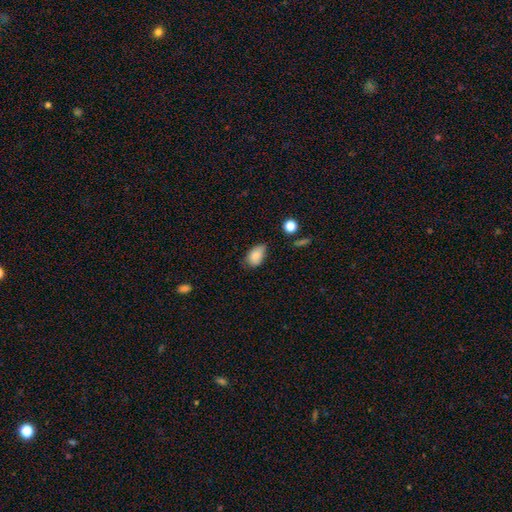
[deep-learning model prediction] Morphology: type=smooth (83%); roundness=in between (88%); merging=none (54%).